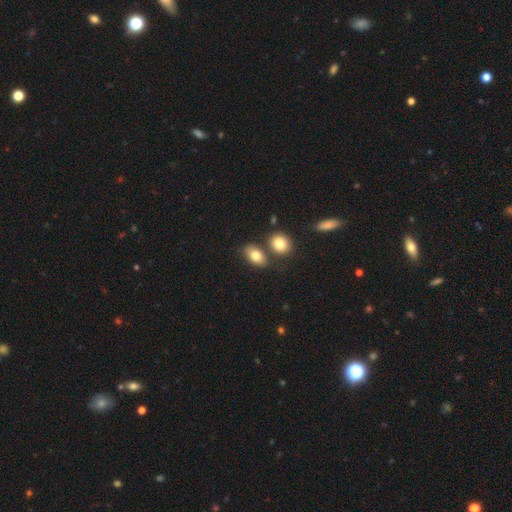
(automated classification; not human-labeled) A smooth galaxy with no disk features (81%) that is in between round and cigar-shaped (86%).

Vote fractions:
- Smooth or featured? smooth: 81% / featured or disk: 11% / star or artifact: 8%
- How rounded? in between: 86% / round: 11% / cigar-shaped: 2%
- Merging? none: 63% / merger: 22% / minor disturbance: 12% / major disturbance: 3%